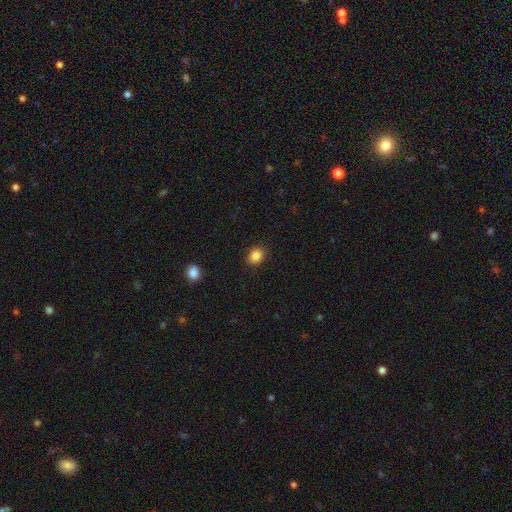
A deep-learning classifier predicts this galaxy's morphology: The model was most divided on "how rounded": round: 57%, in between: 42%, cigar-shaped: 1%. More confident: merging — none (89%); smooth or featured — smooth (86%).